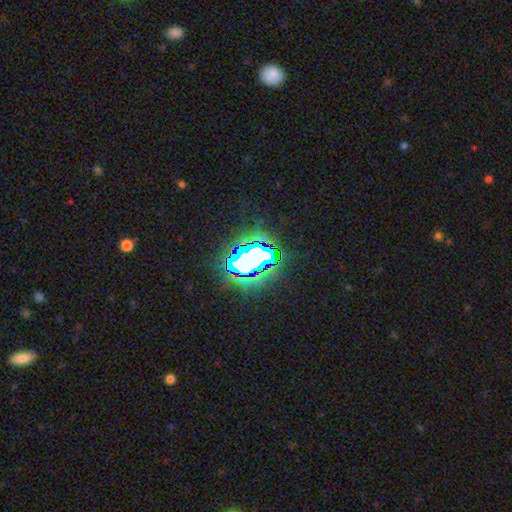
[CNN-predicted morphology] smooth_or_featured: star or artifact (p=0.71) [alt: smooth p=0.16]